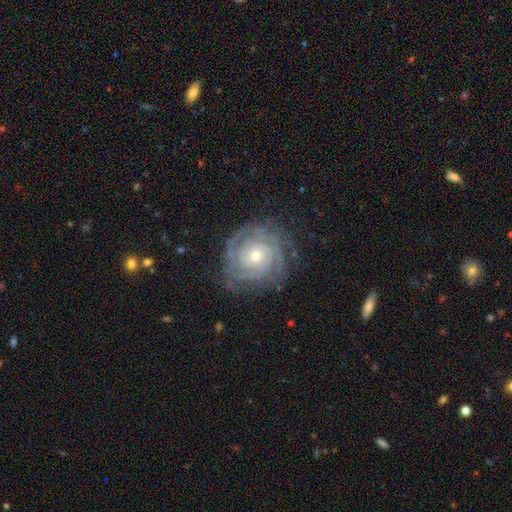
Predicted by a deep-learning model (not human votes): smooth-or-featured: featured or disk: 86% | smooth: 8% | star or artifact: 6%
  disk-edge-on: no: 97% | yes: 3%
    bar: no: 79% | weak: 16% | strong: 5%
    has-spiral-arms: yes: 96% | no: 4%
      spiral-winding: tight: 80% | medium: 17% | loose: 4%
      spiral-arm-count: can't tell: 32% | 3: 22% | 2: 16% | 4: 15% | more than 4: 8% | 1: 6%
    bulge-size: small: 50% | moderate: 47% | large: 2% | none: 1% | dominant: 1%
  merging: none: 78% | minor disturbance: 15% | major disturbance: 6% | merger: 1%